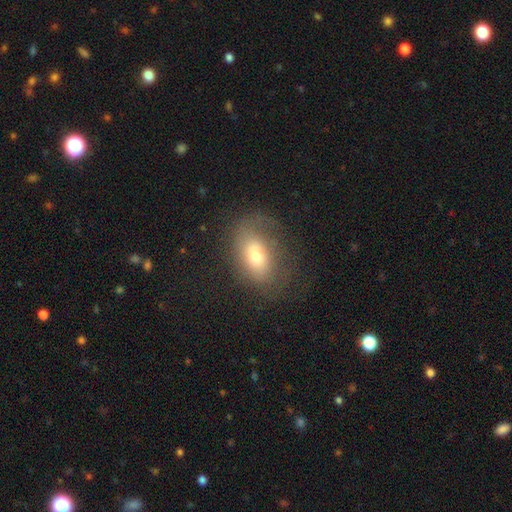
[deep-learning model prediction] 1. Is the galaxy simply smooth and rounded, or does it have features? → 56% smooth, 32% featured or disk, 12% star or artifact.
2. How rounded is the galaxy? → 82% in between, 15% round, 4% cigar-shaped.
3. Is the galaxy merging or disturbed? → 61% none, 22% minor disturbance, 15% major disturbance, 2% merger.